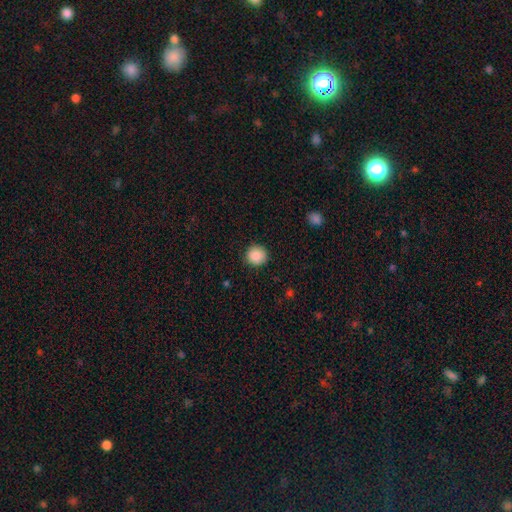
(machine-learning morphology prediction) smooth 88%, star or artifact 9%, featured or disk 4%. Down the decision tree: how rounded — round (92%); merging — none (90%).